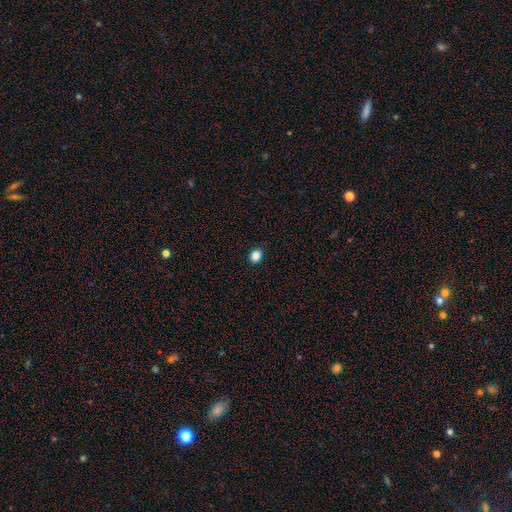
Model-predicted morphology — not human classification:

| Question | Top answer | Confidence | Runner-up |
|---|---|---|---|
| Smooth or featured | smooth | 86% | star or artifact (11%) |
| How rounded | round | 61% | in between (38%) |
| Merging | none | 91% | minor disturbance (6%) |